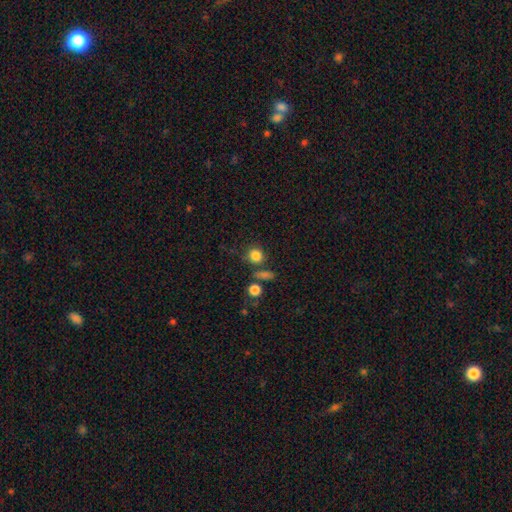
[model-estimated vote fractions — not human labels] This appears to be a smooth galaxy with no disk features (82%) that is round (83%). Merging: none (68%).